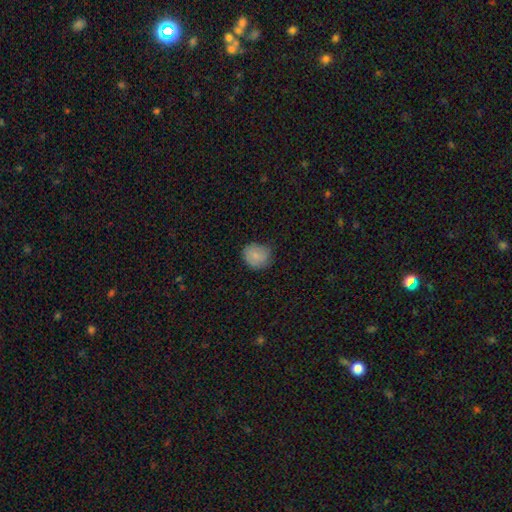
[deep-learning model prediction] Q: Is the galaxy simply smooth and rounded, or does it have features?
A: smooth — 81%.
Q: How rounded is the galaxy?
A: round — 73%.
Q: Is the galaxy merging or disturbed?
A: none — 64%.